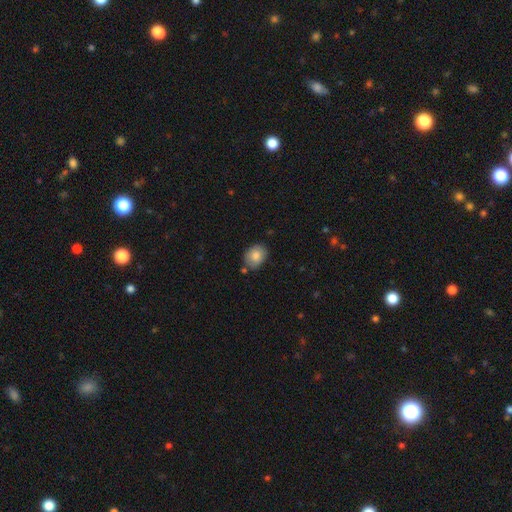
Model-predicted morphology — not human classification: Smooth or featured? smooth (82%)
How rounded? in between (55%)
Merging? none (77%)